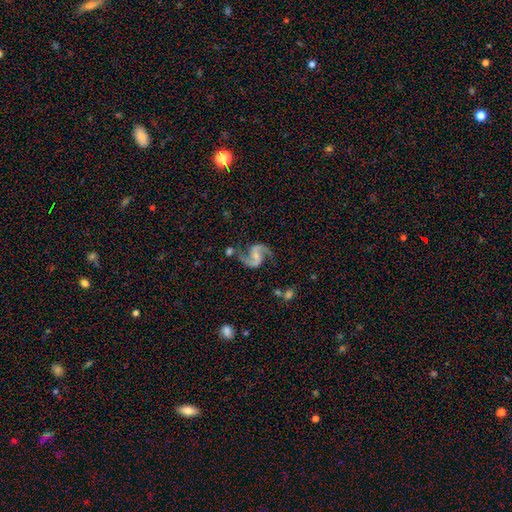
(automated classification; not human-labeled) A featured or disk galaxy (92%) with a weak bar (42%), 2 (95%) loose (48%) spiral arms (98%) and a small central bulge (53%).

Vote fractions:
- Smooth or featured? featured or disk: 92% / star or artifact: 5% / smooth: 3%
- Edge-on disk? no: 98% / yes: 2%
- Bar? weak: 42% / no: 37% / strong: 21%
- Spiral arms? yes: 98% / no: 2%
- Spiral winding? loose: 48% / medium: 45% / tight: 8%
- Spiral arm count? 2: 95% / 1: 1% / can't tell: 1% / 3: 1% / 4: 1% / more than 4: 1%
- Bulge size? small: 53% / moderate: 26% / none: 17% / large: 3% / dominant: 1%
- Merging? none: 73% / minor disturbance: 15% / major disturbance: 7% / merger: 5%